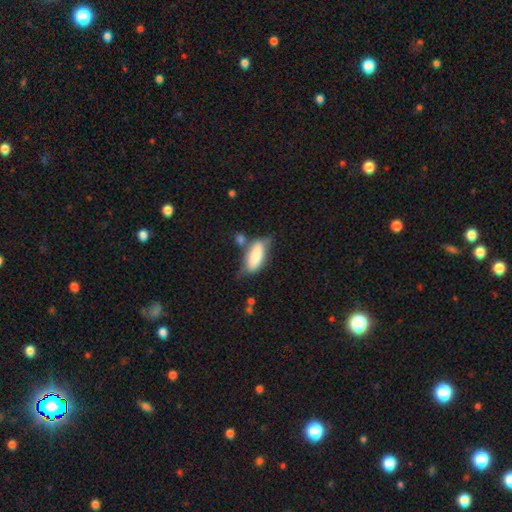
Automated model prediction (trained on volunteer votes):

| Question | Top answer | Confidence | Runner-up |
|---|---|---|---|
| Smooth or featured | smooth | 72% | featured or disk (21%) |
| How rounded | in between | 77% | cigar-shaped (21%) |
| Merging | none | 42% | minor disturbance (29%) |